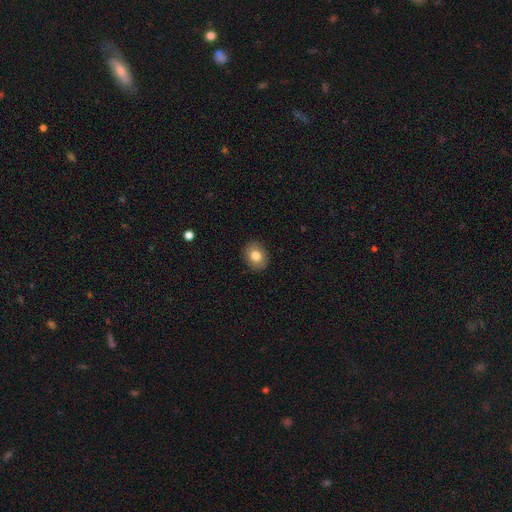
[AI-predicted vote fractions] A smooth galaxy with no disk features (80%) that is in between round and cigar-shaped (52%).

Vote fractions:
- Smooth or featured? smooth: 80% / featured or disk: 11% / star or artifact: 9%
- How rounded? in between: 52% / round: 47% / cigar-shaped: 1%
- Merging? none: 90% / minor disturbance: 7% / major disturbance: 2% / merger: 1%